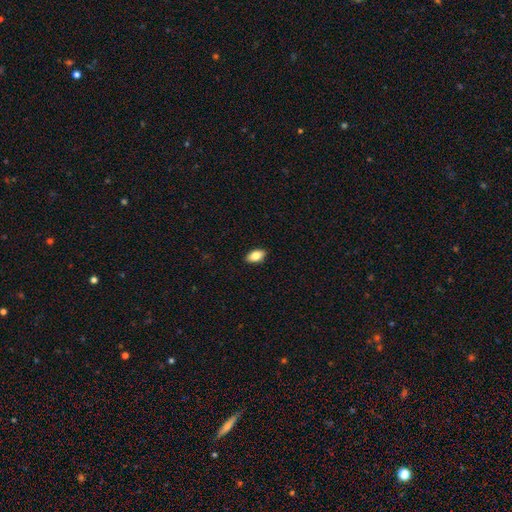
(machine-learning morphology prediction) This is clearly a smooth galaxy (82%). How rounded: clearly in between (91%). Merging: clearly none (89%).